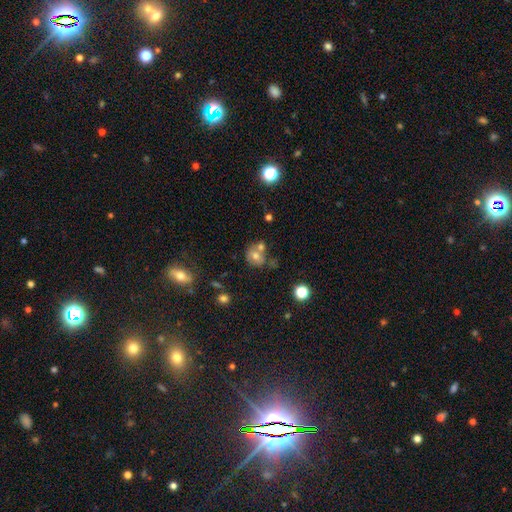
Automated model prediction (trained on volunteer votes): Q: Smooth or featured?
A: smooth (63%); runner-up: featured or disk (23%)
Q: How rounded?
A: round (68%); runner-up: in between (31%)
Q: Merging?
A: none (43%); runner-up: merger (38%)